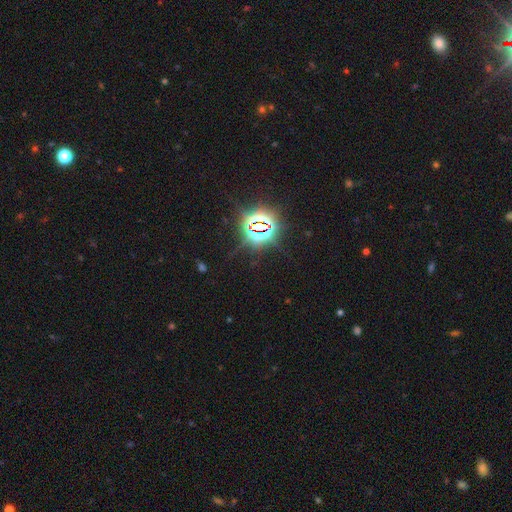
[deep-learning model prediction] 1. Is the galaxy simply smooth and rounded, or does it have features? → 83% star or artifact, 10% smooth, 7% featured or disk.